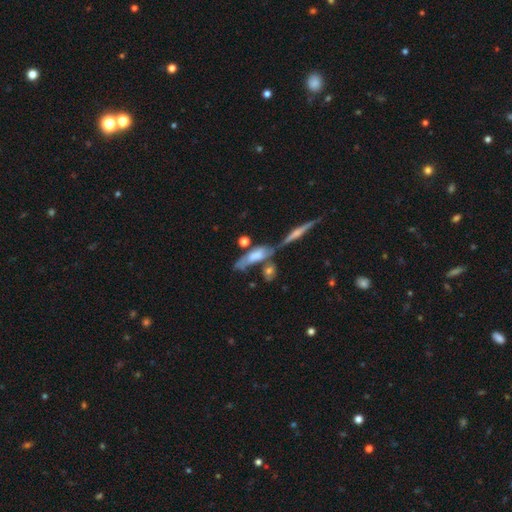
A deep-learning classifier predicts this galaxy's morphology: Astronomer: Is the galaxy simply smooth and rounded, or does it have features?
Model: smooth — 47% (runner-up: featured or disk, 44%).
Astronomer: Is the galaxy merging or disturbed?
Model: merger — 35% (runner-up: none, 33%).